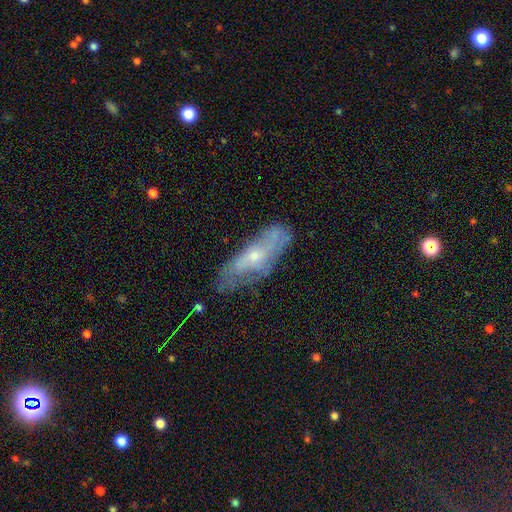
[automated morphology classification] This is likely a featured or disk galaxy (61%). It is likely not viewed edge-on (74%). Merging: likely none (64%).